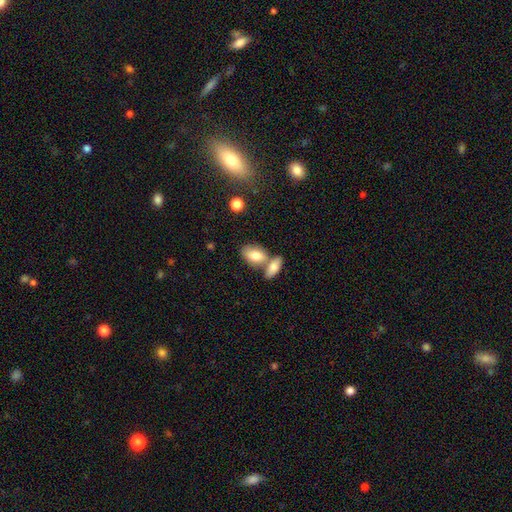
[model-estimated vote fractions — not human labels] Smooth or featured? smooth (79%)
How rounded? in between (89%)
Merging? merger (43%, tied with none)